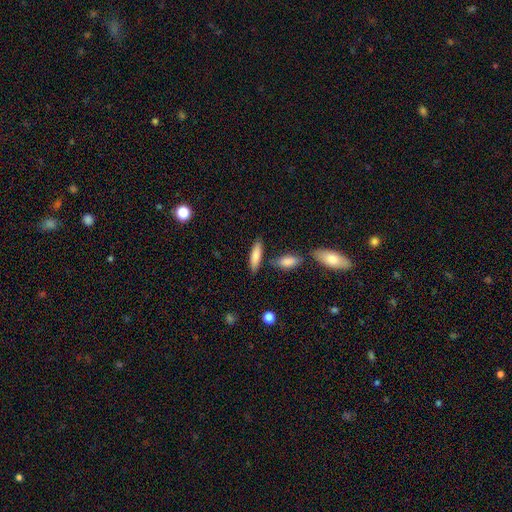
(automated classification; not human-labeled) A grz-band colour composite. It shows a smooth galaxy with no disk features (80%) that is cigar-shaped (61%). Merging: none (75%).